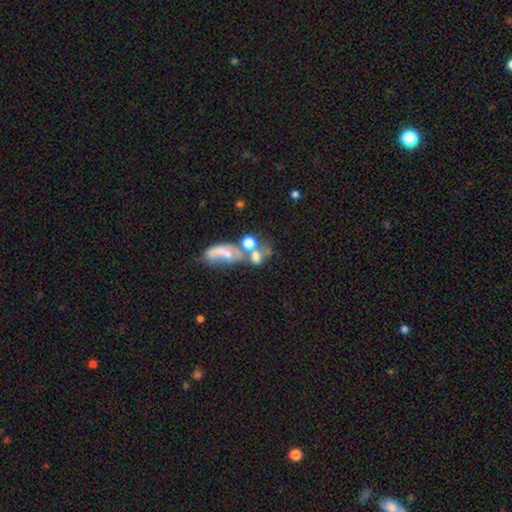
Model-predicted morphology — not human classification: Smooth or featured?
  - smooth: 57% *
  - featured or disk: 26%
  - star or artifact: 16%
How rounded?
  - in between: 53% *
  - round: 43%
  - cigar-shaped: 4%
Merging?
  - merger: 56% *
  - none: 21%
  - major disturbance: 13%
  - minor disturbance: 9%